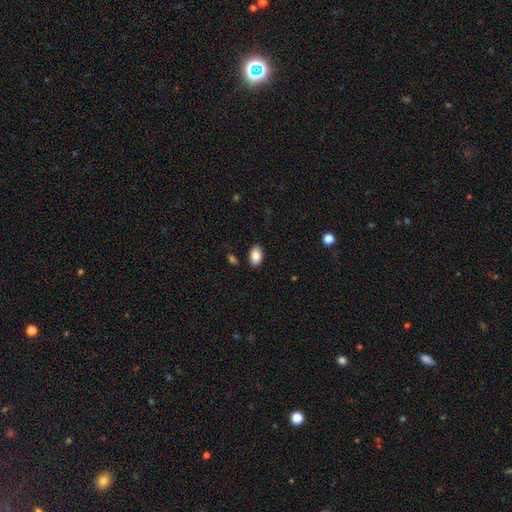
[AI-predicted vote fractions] A smooth galaxy with no disk features (86%) that is in between round and cigar-shaped (91%). Merging: none (87%).